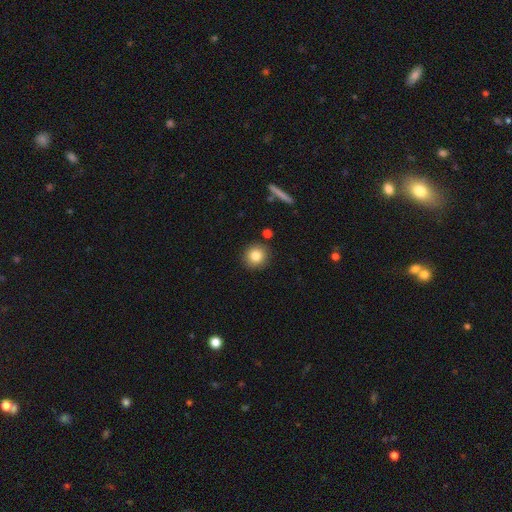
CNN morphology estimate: Smooth or featured: smooth — 83% (star or artifact — 10%)
How rounded: round — 92% (in between — 7%)
Merging: none — 88% (minor disturbance — 7%)